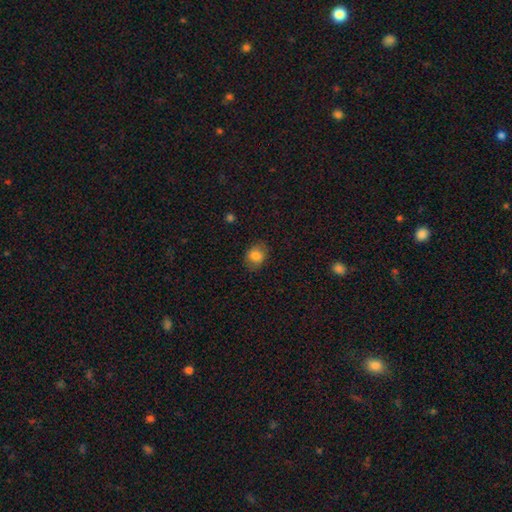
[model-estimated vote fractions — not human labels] Smooth or featured?
  - smooth: 82% *
  - star or artifact: 10%
  - featured or disk: 8%
How rounded?
  - in between: 54% *
  - round: 45%
  - cigar-shaped: 1%
Merging?
  - none: 80% *
  - minor disturbance: 15%
  - major disturbance: 4%
  - merger: 1%